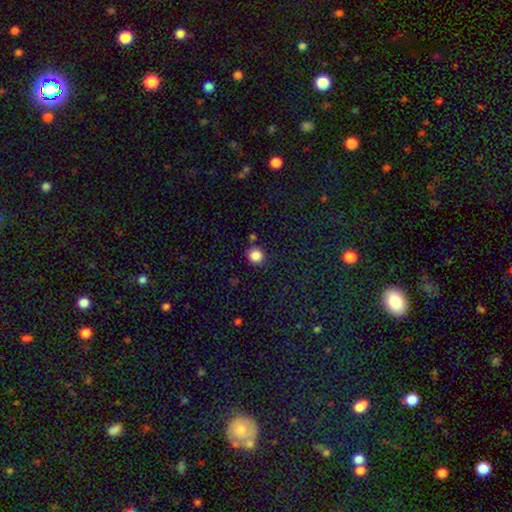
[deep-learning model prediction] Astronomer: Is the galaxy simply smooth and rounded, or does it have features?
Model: smooth — 85%.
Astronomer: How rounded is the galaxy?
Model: round — 90%.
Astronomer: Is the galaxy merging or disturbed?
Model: none — 84%.